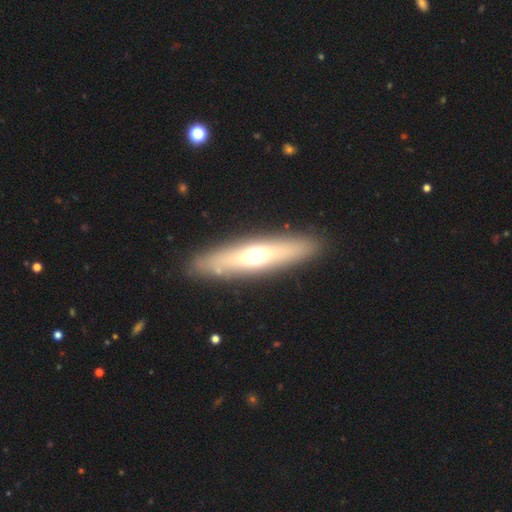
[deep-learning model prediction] Q: Smooth or featured?
A: featured or disk (48%); runner-up: smooth (46%)
Q: Merging?
A: none (89%); runner-up: minor disturbance (7%)